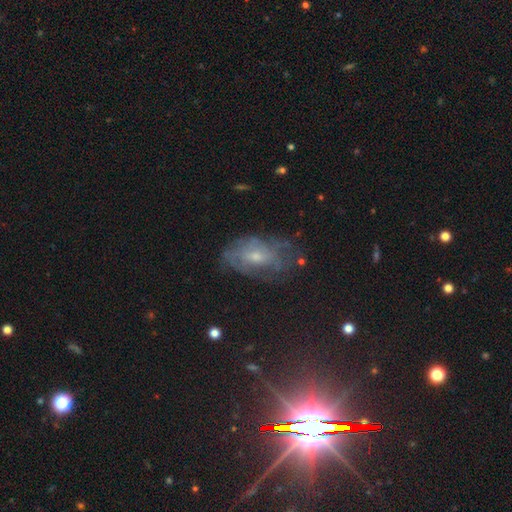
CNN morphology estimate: Overall: featured or disk (56%; smooth 28%). Edge-on disk: no (92%). Bar: no (69%). Spiral arms: yes (65%; no 35%). Bulge size: small (55%; moderate 38%). Merging: none (63%; minor disturbance 23%).